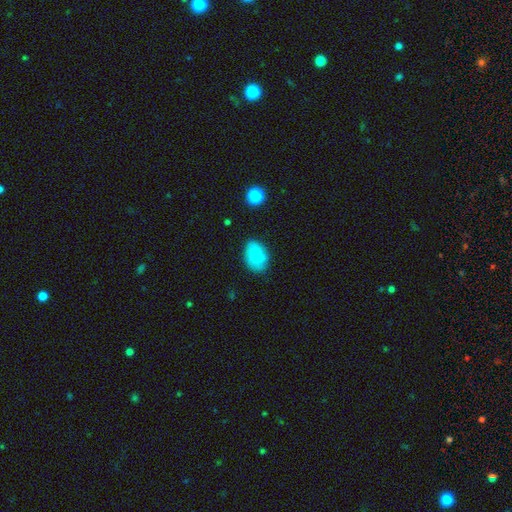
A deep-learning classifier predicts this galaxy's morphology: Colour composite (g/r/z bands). It shows a smooth galaxy with no disk features (78%) that is in between round and cigar-shaped (76%). Merging: none (76%).